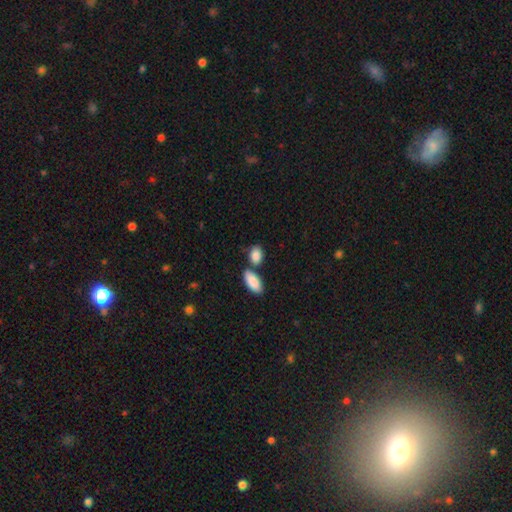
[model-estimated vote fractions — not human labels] Overall: smooth (88%). How rounded: in between (85%). Merging: none (55%; merger 27%).